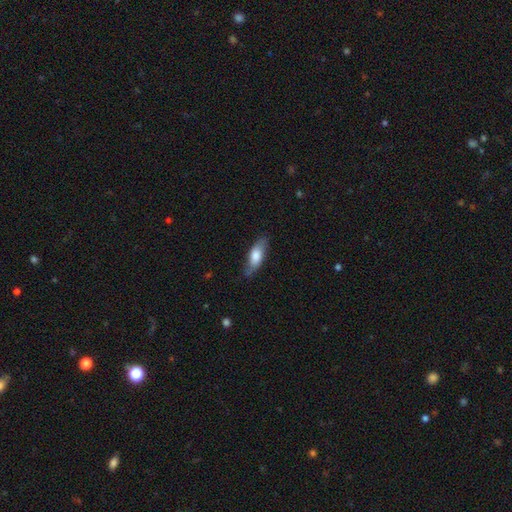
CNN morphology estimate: This appears to be a smooth galaxy with no disk features (70%) that is in between round and cigar-shaped (65%). Merging: none (75%).